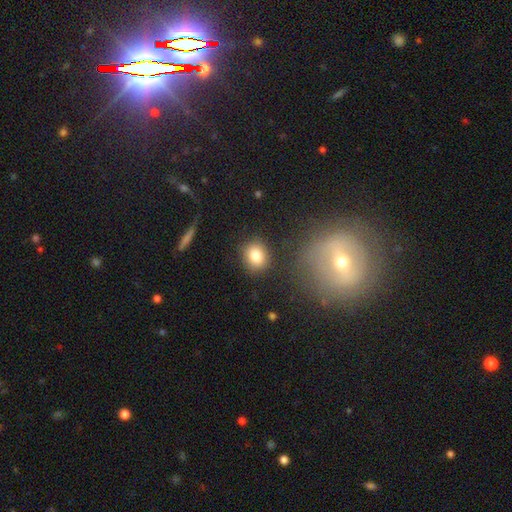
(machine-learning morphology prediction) A smooth galaxy with no disk features (83%) that is round (61%).

Vote fractions:
- Smooth or featured? smooth: 83% / star or artifact: 9% / featured or disk: 7%
- How rounded? round: 61% / in between: 38% / cigar-shaped: 1%
- Merging? none: 85% / minor disturbance: 9% / major disturbance: 3% / merger: 3%